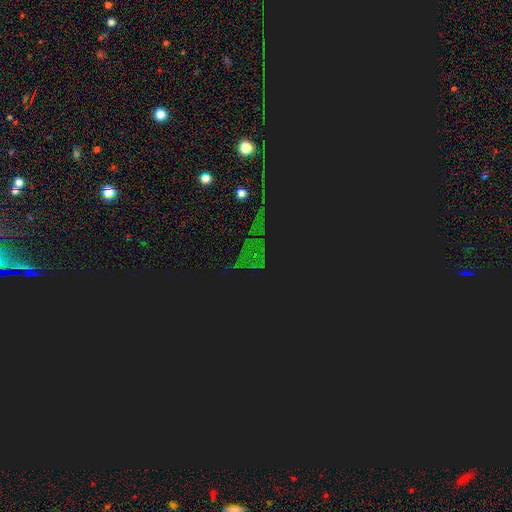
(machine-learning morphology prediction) A star or artifact, not a galaxy (82%).